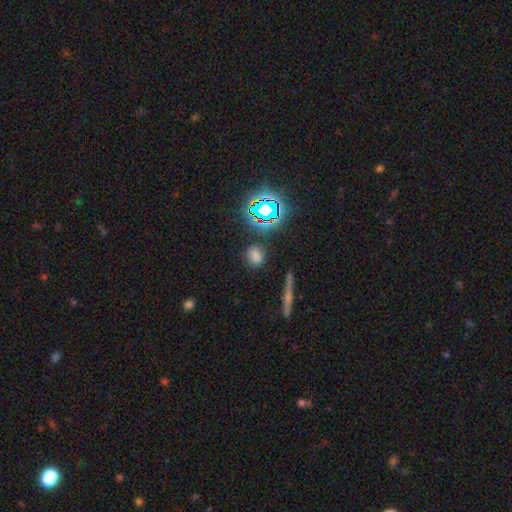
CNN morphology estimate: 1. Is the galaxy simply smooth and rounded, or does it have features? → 69% smooth, 23% star or artifact, 8% featured or disk.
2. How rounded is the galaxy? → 73% round, 23% in between, 3% cigar-shaped.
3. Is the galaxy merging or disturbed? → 84% none, 10% minor disturbance, 3% major disturbance, 3% merger.